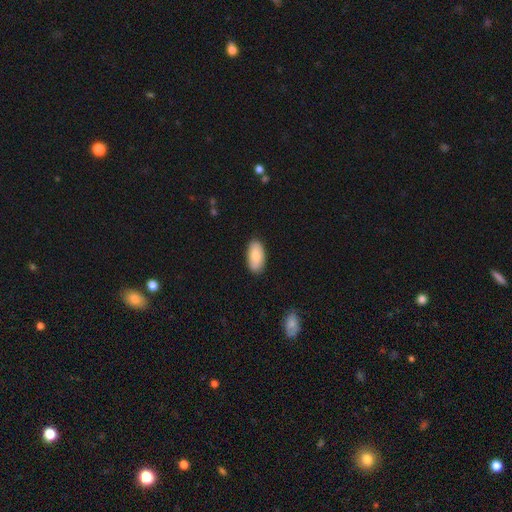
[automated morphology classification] Smooth or featured?
  - smooth: 81% *
  - featured or disk: 14%
  - star or artifact: 6%
How rounded?
  - in between: 94% *
  - cigar-shaped: 4%
  - round: 2%
Merging?
  - none: 86% *
  - minor disturbance: 10%
  - major disturbance: 2%
  - merger: 1%